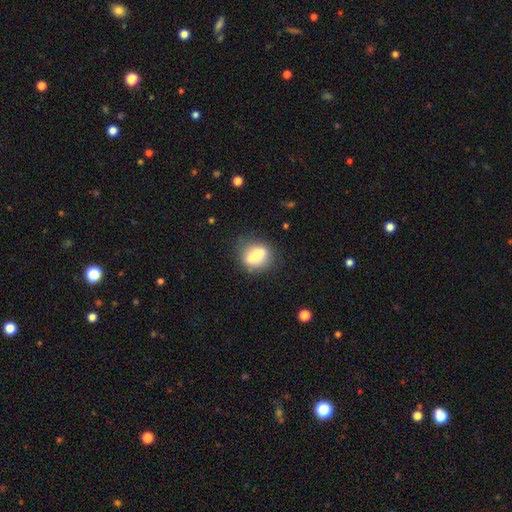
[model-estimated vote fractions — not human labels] Smooth or featured? smooth (69%)
How rounded? in between (52%)
Merging? none (76%)